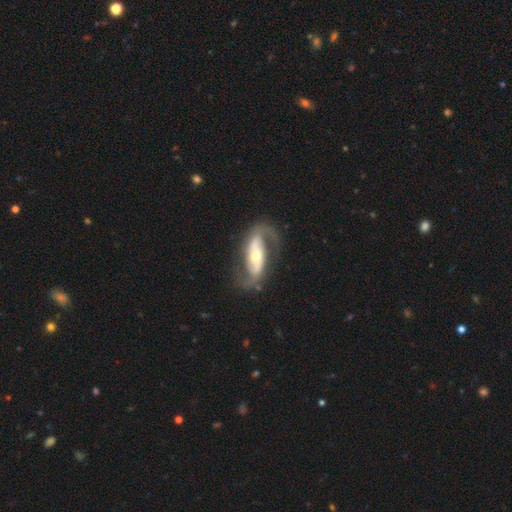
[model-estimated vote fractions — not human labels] The model was most divided on "spiral winding": medium: 43%, loose: 42%, tight: 15%. Remaining: spiral arms — yes (94%); edge-on disk — no (94%); spiral arm count — 2 (90%); smooth or featured — featured or disk (88%); merging — none (75%); bulge size — moderate (54%); bar — strong (44%).